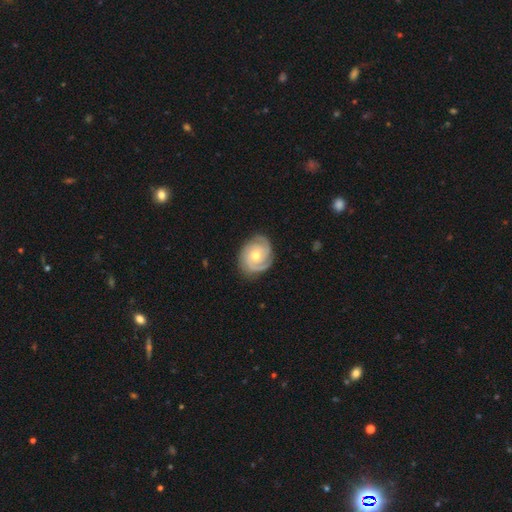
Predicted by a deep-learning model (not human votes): Smooth or featured?
  - featured or disk: 87% *
  - smooth: 9%
  - star or artifact: 4%
Edge-on disk?
  - no: 98% *
  - yes: 2%
Bar?
  - no: 74% *
  - weak: 21%
  - strong: 4%
Spiral arms?
  - yes: 97% *
  - no: 3%
Spiral winding?
  - tight: 72% *
  - medium: 24%
  - loose: 4%
Spiral arm count?
  - 2: 38% *
  - 3: 37%
  - can't tell: 12%
  - 4: 5%
  - 1: 5%
  - more than 4: 4%
Bulge size?
  - moderate: 61% *
  - small: 35%
  - large: 2%
  - none: 1%
  - dominant: 1%
Merging?
  - none: 81% *
  - minor disturbance: 14%
  - major disturbance: 4%
  - merger: 1%